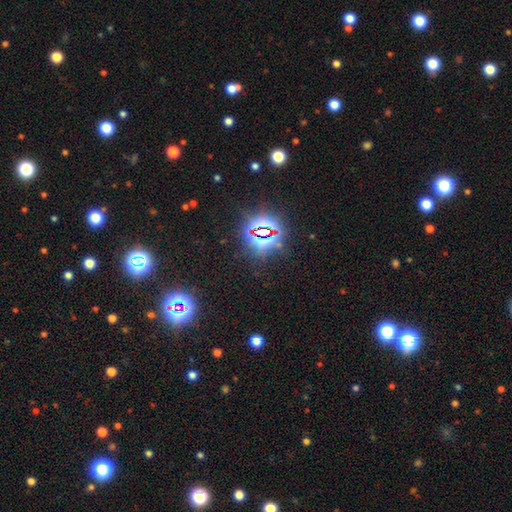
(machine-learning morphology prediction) Smooth or featured? Predicted: star or artifact (p=0.79).